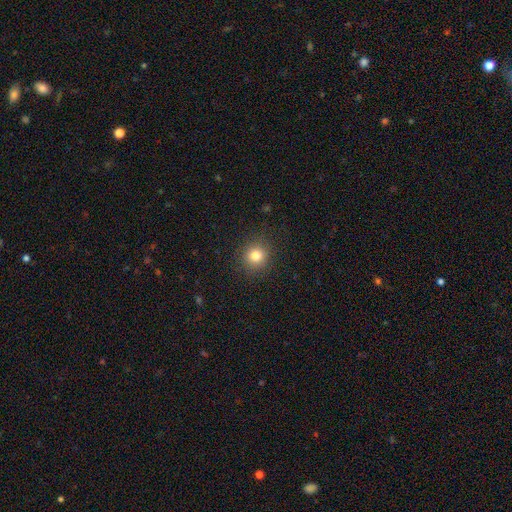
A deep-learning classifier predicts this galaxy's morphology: smooth-or-featured: smooth: 80% | star or artifact: 13% | featured or disk: 6%
  how-rounded: round: 91% | in between: 8% | cigar-shaped: 1%
  merging: none: 89% | minor disturbance: 7% | major disturbance: 3% | merger: 1%